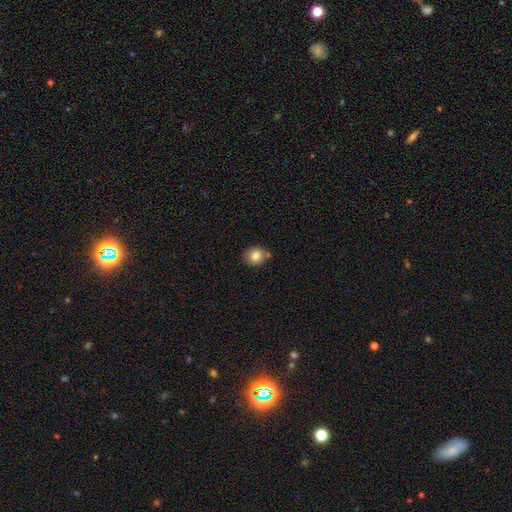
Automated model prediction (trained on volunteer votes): Morphology: type=smooth (83%); roundness=round (74%); merging=none (72%).